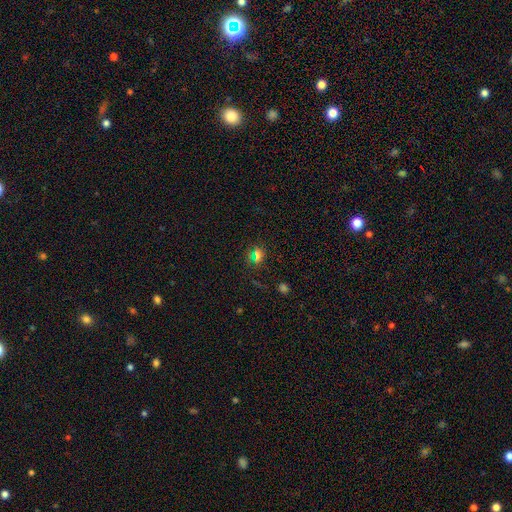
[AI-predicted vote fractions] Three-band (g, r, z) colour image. It shows a smooth galaxy with no disk features (49%). Merging: none (79%).